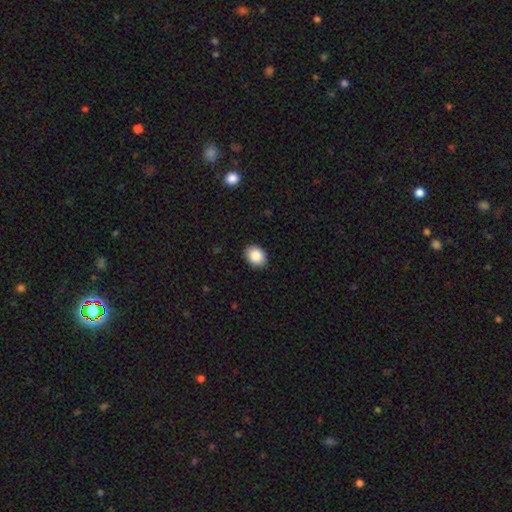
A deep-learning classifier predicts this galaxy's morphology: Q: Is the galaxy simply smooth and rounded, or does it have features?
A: smooth — 88%.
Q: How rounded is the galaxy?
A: in between — 58%.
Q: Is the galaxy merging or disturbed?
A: none — 88%.